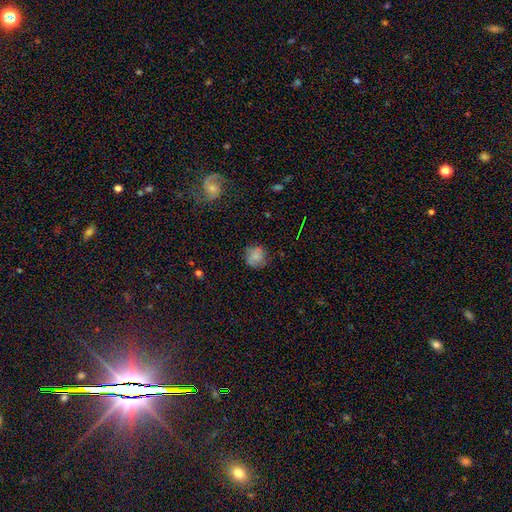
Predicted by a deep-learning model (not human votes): Smooth or featured? smooth (79%)
How rounded? round (87%)
Merging? none (77%)